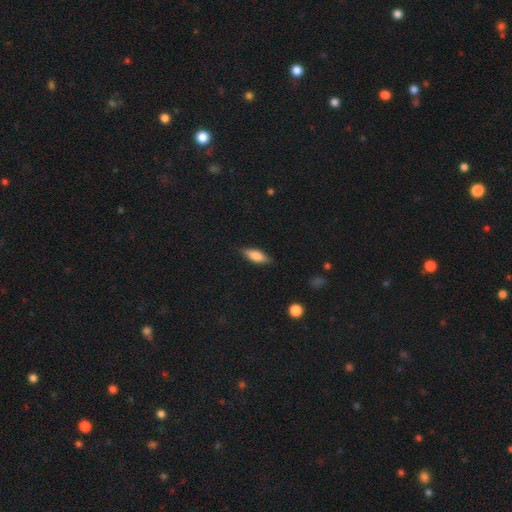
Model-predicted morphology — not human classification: smooth_or_featured: smooth (p=0.69) [alt: featured or disk p=0.24]
how_rounded: in between (p=0.62) [alt: cigar-shaped p=0.35]
merging: none (p=0.83) [alt: minor disturbance p=0.13]